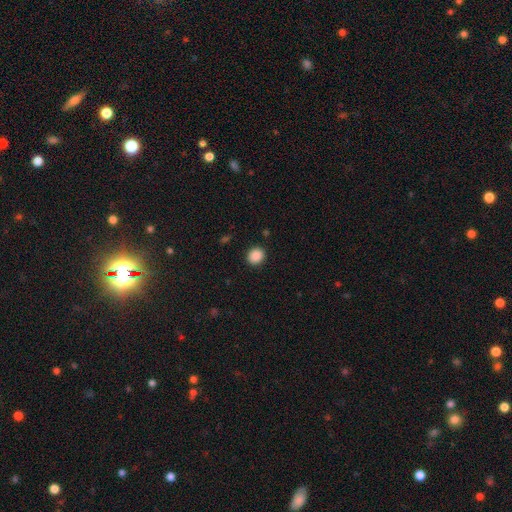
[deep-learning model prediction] Smooth or featured: smooth — 88% (star or artifact — 9%)
How rounded: round — 80% (in between — 19%)
Merging: none — 90% (minor disturbance — 6%)